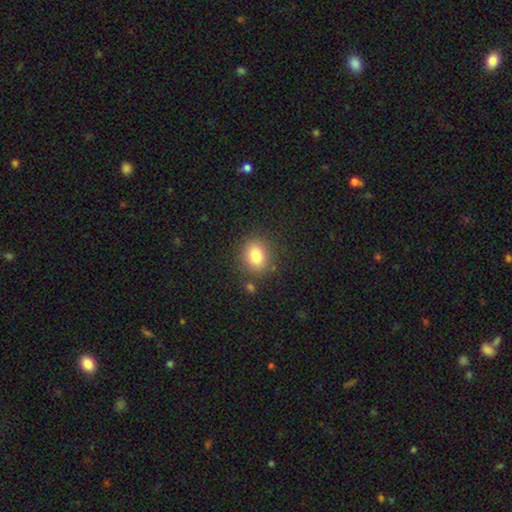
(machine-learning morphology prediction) Smooth or featured: smooth — 81% (star or artifact — 11%)
How rounded: round — 58% (in between — 41%)
Merging: none — 84% (minor disturbance — 10%)